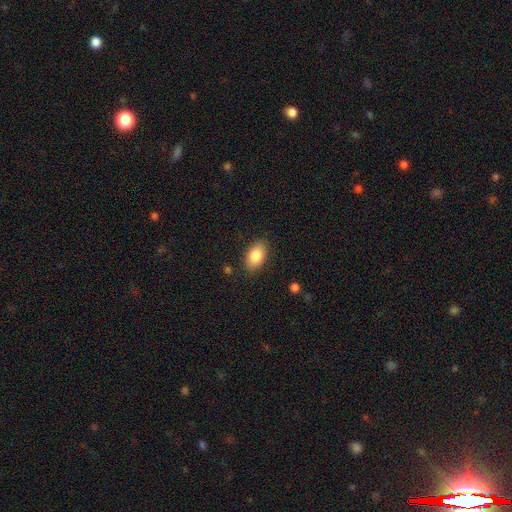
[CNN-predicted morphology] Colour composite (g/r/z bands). It shows a smooth galaxy with no disk features (86%) that is in between round and cigar-shaped (92%). Merging: none (86%).